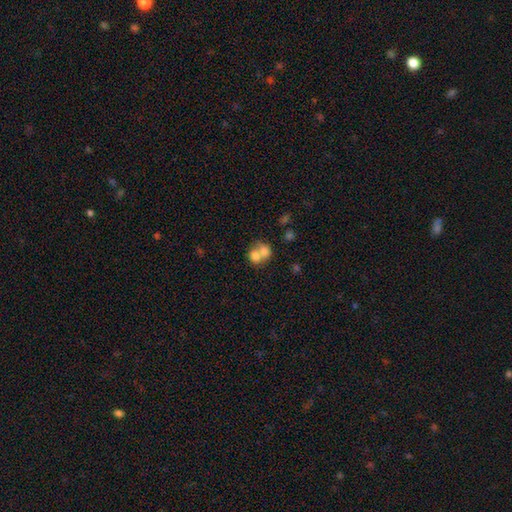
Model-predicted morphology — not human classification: type=smooth (72%); roundness=round (58%); merging=merger (69%).